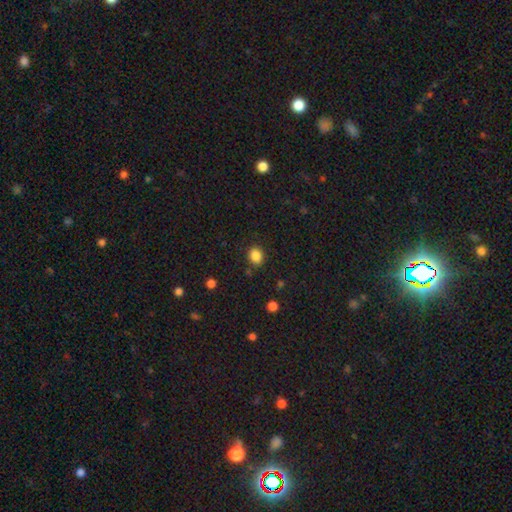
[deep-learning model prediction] This is clearly a smooth galaxy (86%). How rounded: possibly round (53%). Merging: clearly none (84%).